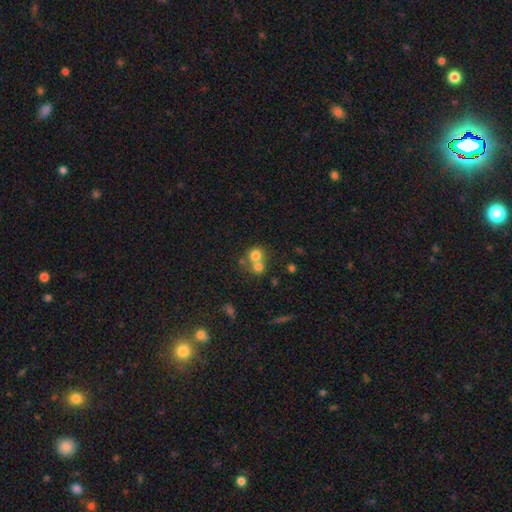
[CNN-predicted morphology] Smooth or featured? smooth (73%)
How rounded? round (84%)
Merging? merger (55%)